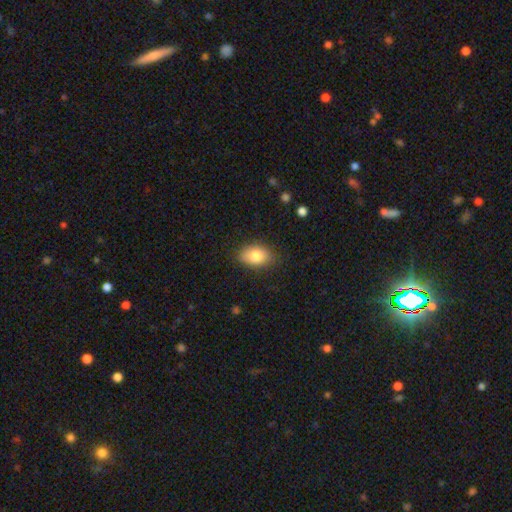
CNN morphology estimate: This appears to be a smooth galaxy with no disk features (82%) that is in between round and cigar-shaped (87%). Merging: none (82%).